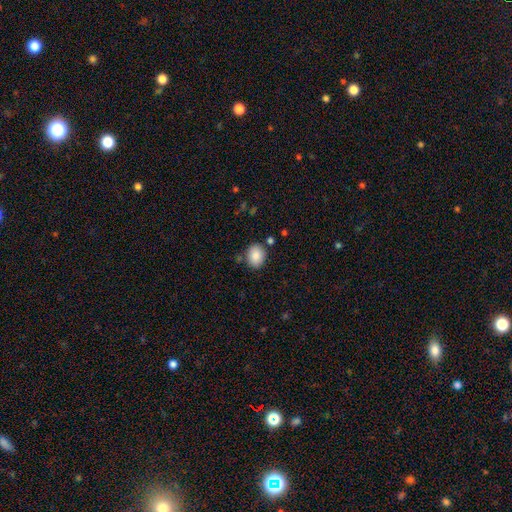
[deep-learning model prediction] A smooth galaxy with no disk features (87%) that is in between round and cigar-shaped (54%).

Vote fractions:
- Smooth or featured? smooth: 87% / star or artifact: 8% / featured or disk: 5%
- How rounded? in between: 54% / round: 45% / cigar-shaped: 1%
- Merging? none: 80% / minor disturbance: 12% / merger: 5% / major disturbance: 3%